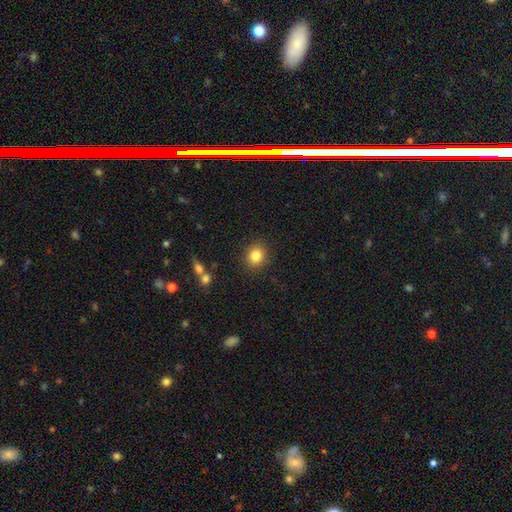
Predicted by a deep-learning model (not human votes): Q: Smooth or featured?
A: smooth (84%); runner-up: star or artifact (10%)
Q: How rounded?
A: round (80%); runner-up: in between (19%)
Q: Merging?
A: none (89%); runner-up: minor disturbance (7%)